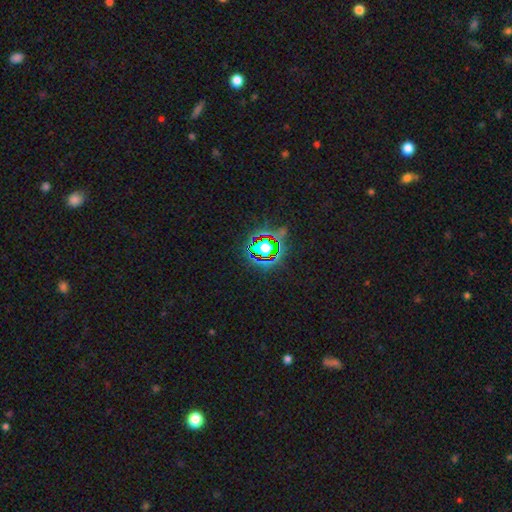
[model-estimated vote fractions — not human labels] Smooth or featured? Predicted: star or artifact (p=0.74).